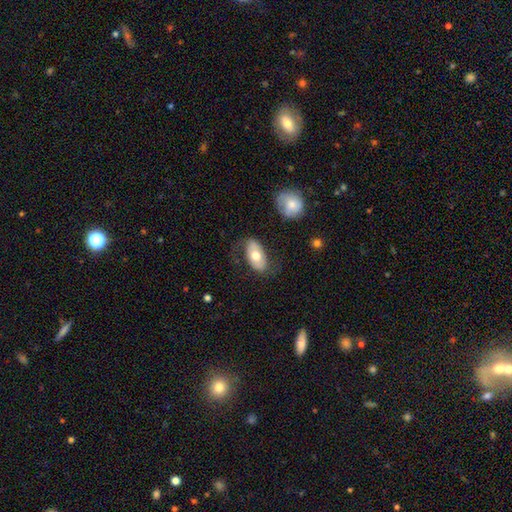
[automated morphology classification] This is possibly a smooth galaxy (60%). How rounded: clearly in between (93%). Merging: likely none (65%).